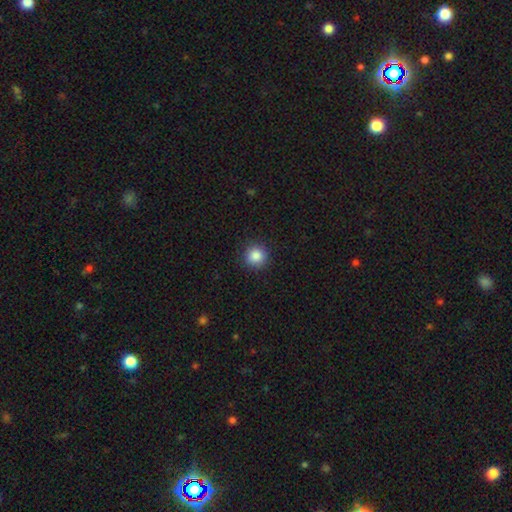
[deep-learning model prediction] Smooth or featured?
  - smooth: 86% *
  - star or artifact: 10%
  - featured or disk: 4%
How rounded?
  - round: 93% *
  - in between: 6%
  - cigar-shaped: 1%
Merging?
  - none: 91% *
  - minor disturbance: 6%
  - major disturbance: 2%
  - merger: 1%